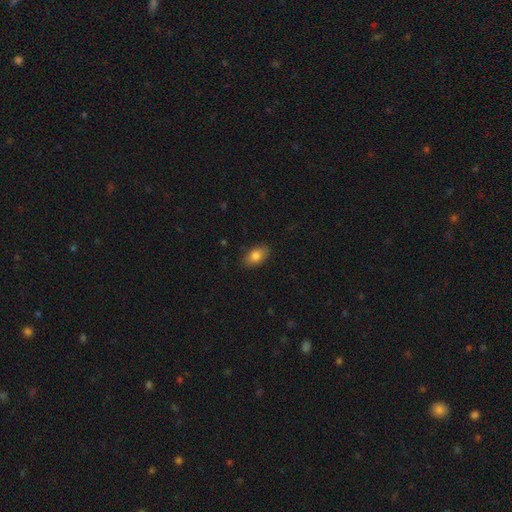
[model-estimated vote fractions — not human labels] Smooth or featured? Predicted: smooth (p=0.83). How rounded? Predicted: in between (p=0.89). Merging? Predicted: none (p=0.85).